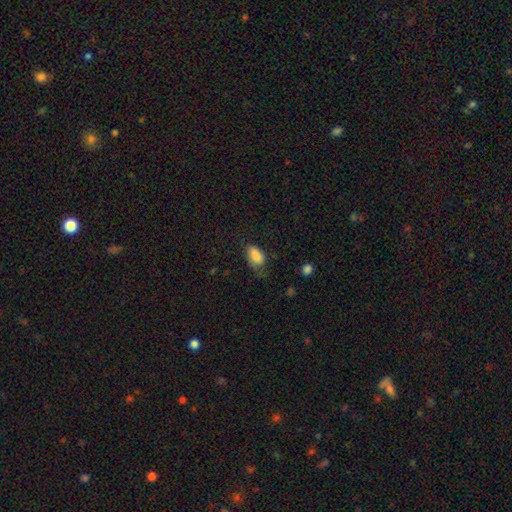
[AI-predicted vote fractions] Smooth or featured: smooth — 85% (star or artifact — 8%)
How rounded: in between — 92% (round — 6%)
Merging: none — 47% (minor disturbance — 32%)